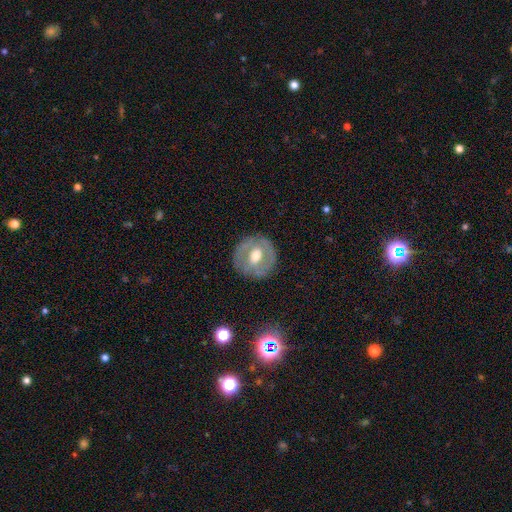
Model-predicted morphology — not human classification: smooth-or-featured: featured or disk: 59% | smooth: 34% | star or artifact: 7%
  disk-edge-on: no: 95% | yes: 5%
    bar: weak: 43% | no: 37% | strong: 19%
    has-spiral-arms: no: 62% | yes: 38%
    bulge-size: moderate: 75% | small: 12% | large: 11% | none: 1% | dominant: 1%
  merging: none: 84% | minor disturbance: 11% | major disturbance: 4% | merger: 1%